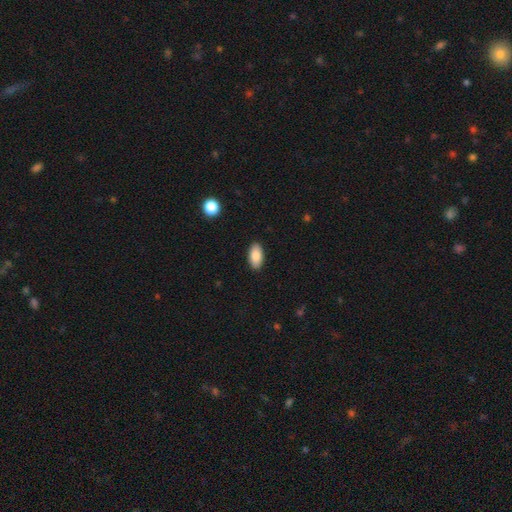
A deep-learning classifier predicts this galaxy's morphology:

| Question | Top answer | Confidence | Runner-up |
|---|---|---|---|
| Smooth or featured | smooth | 86% | featured or disk (7%) |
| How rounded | in between | 93% | cigar-shaped (4%) |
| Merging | none | 90% | minor disturbance (7%) |